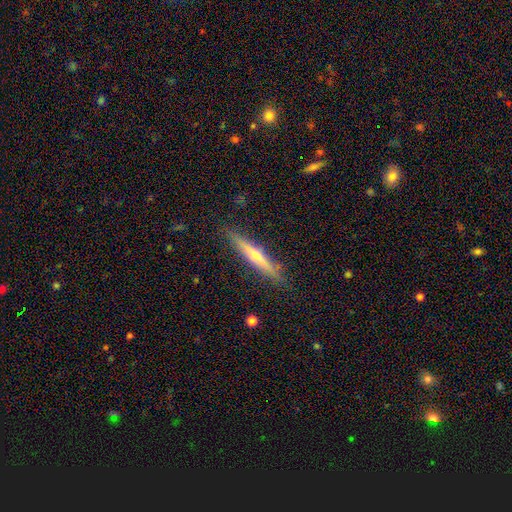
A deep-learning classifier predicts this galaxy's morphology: smooth_or_featured: featured or disk (p=0.63) [alt: smooth p=0.31]
disk_edge_on: yes (p=0.96) [alt: no p=0.04]
edge_on_bulge: rounded (p=0.81) [alt: none p=0.16]
merging: none (p=0.89) [alt: minor disturbance p=0.08]